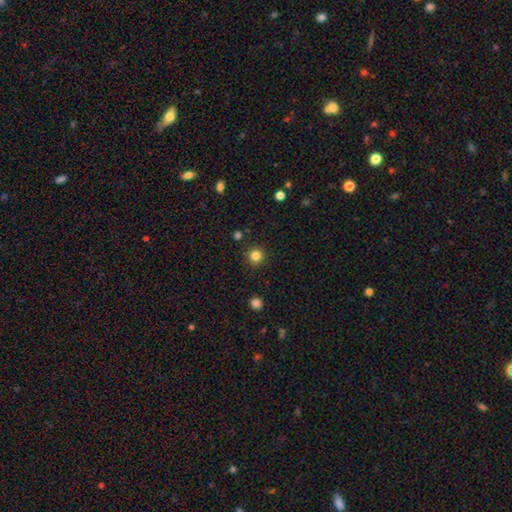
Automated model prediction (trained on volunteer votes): The model was most divided on "smooth or featured": smooth: 83%, star or artifact: 13%, featured or disk: 5%. More confident: how rounded — round (95%); merging — none (91%).